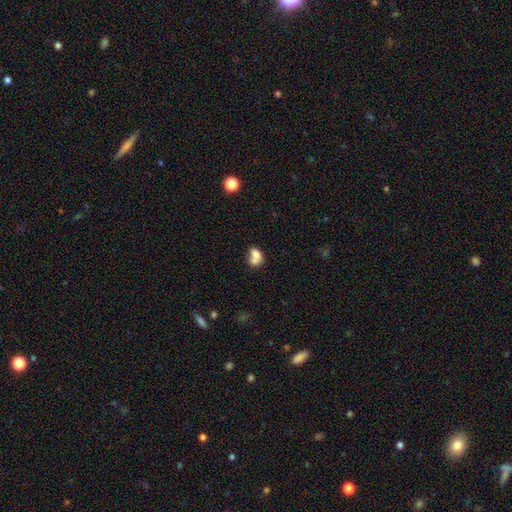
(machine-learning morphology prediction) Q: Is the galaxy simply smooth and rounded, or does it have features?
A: smooth — 72%.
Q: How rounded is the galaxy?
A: in between — 63%.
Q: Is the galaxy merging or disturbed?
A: merger — 59%.